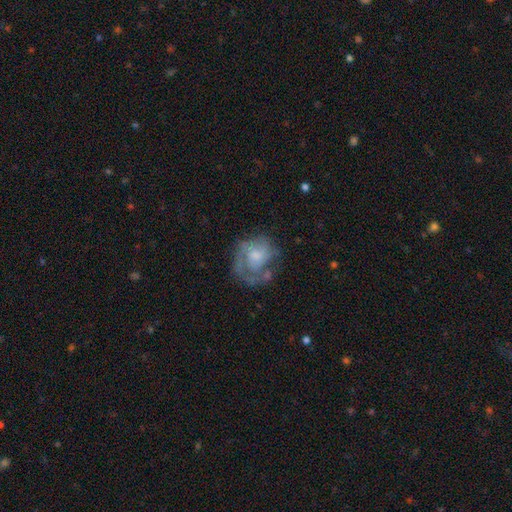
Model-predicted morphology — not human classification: Smooth or featured: featured or disk — 66% (smooth — 27%)
Edge-on disk: no — 98% (yes — 2%)
Bar: no — 73% (weak — 24%)
Spiral arms: yes — 75% (no — 25%)
Bulge size: small — 38% (moderate — 37%)
Merging: none — 45% (major disturbance — 28%)